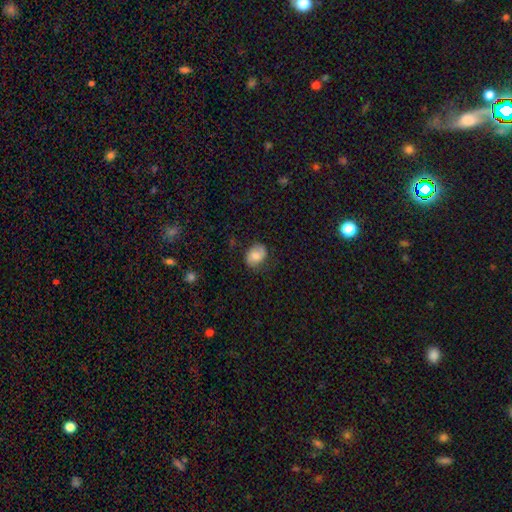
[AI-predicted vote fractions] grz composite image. It shows a smooth galaxy with no disk features (74%) that is in between round and cigar-shaped (69%). Merging: none (72%).